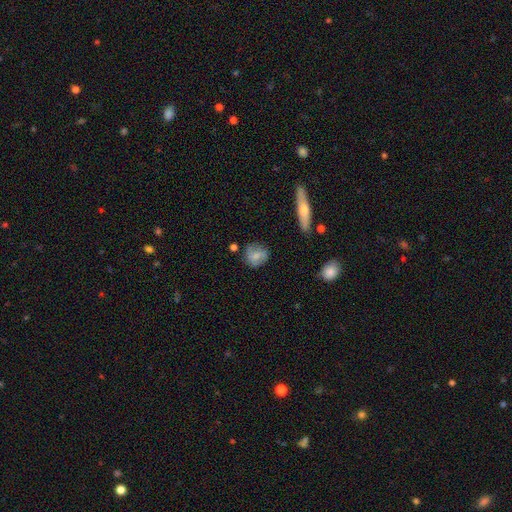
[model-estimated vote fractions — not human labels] smooth_or_featured: smooth (p=0.61) [alt: featured or disk p=0.31]
how_rounded: round (p=0.71) [alt: in between p=0.26]
merging: none (p=0.70) [alt: minor disturbance p=0.21]